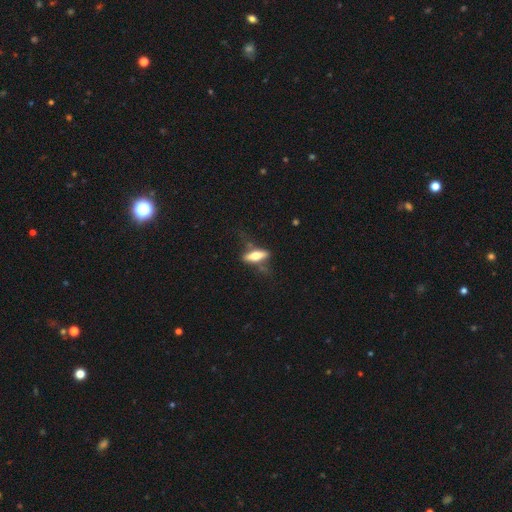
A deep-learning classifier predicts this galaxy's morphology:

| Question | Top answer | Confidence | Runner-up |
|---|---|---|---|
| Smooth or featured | smooth | 52% | featured or disk (42%) |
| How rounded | in between | 49% | cigar-shaped (48%) |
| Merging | none | 58% | minor disturbance (23%) |